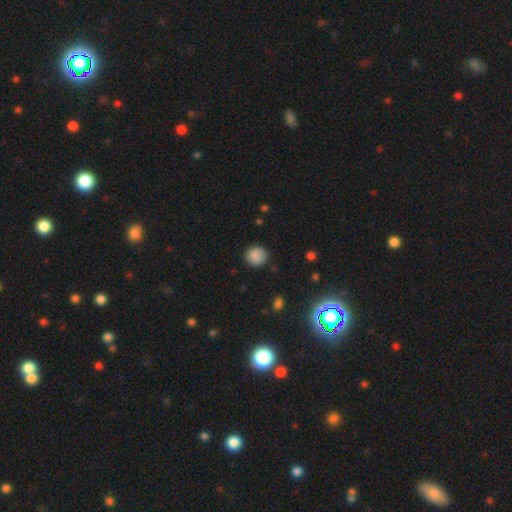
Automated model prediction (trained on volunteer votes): A smooth galaxy with no disk features (87%) that is round (89%). Merging: none (87%).